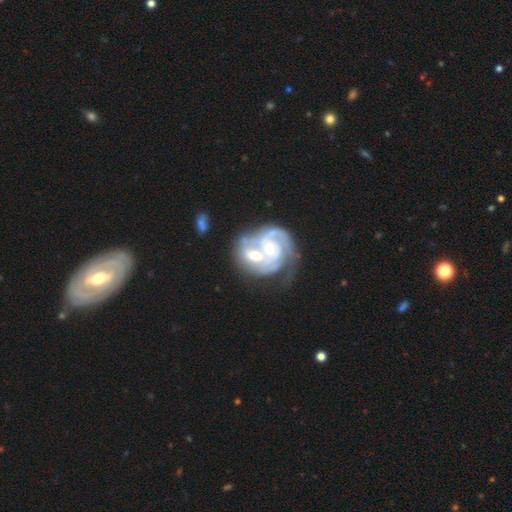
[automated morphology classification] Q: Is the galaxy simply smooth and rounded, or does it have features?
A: featured or disk — 82%.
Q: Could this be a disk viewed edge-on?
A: no — 98%.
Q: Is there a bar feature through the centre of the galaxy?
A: no — 69%.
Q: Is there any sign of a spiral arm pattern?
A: yes — 88%.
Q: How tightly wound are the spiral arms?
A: tight — 56%.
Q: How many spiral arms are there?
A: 2 — 43%.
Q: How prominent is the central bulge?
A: moderate — 68%.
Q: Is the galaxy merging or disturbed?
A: merger — 70%.